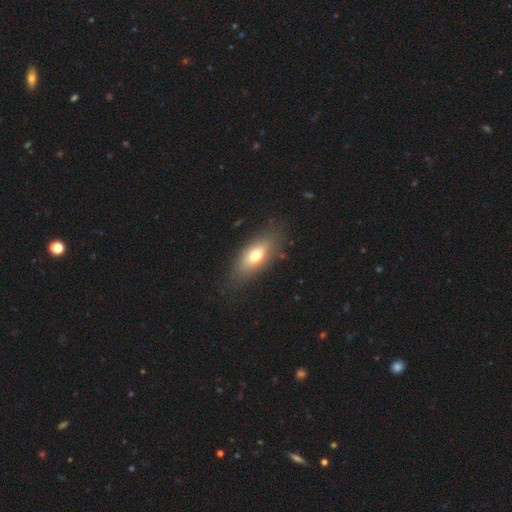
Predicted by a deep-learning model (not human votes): Smooth or featured? Predicted: smooth (p=0.69). How rounded? Predicted: in between (p=0.77). Merging? Predicted: none (p=0.80).